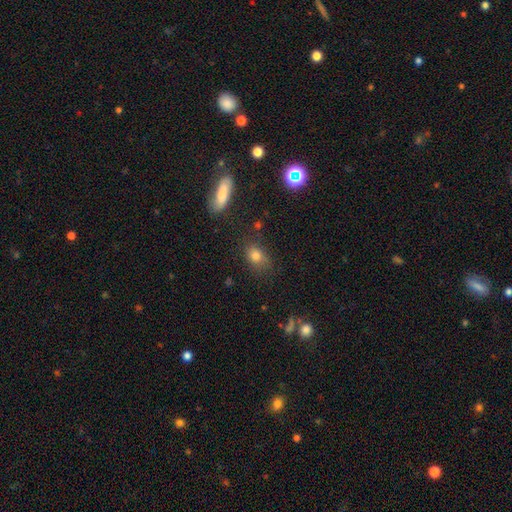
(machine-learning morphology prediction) This is likely a smooth galaxy (78%). How rounded: possibly in between (59%). Merging: likely none (74%).